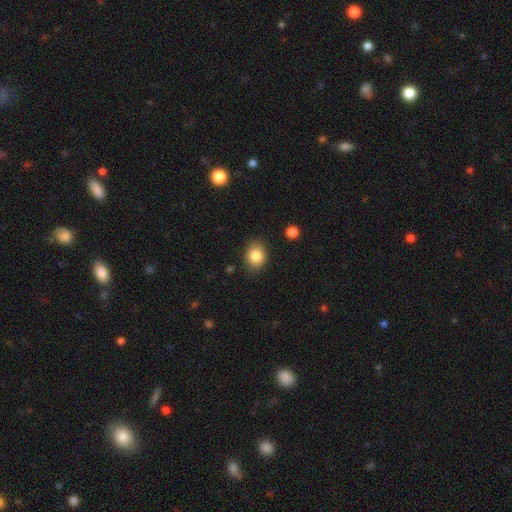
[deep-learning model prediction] A smooth galaxy with no disk features (85%) that is round (50%). Merging: none (84%).